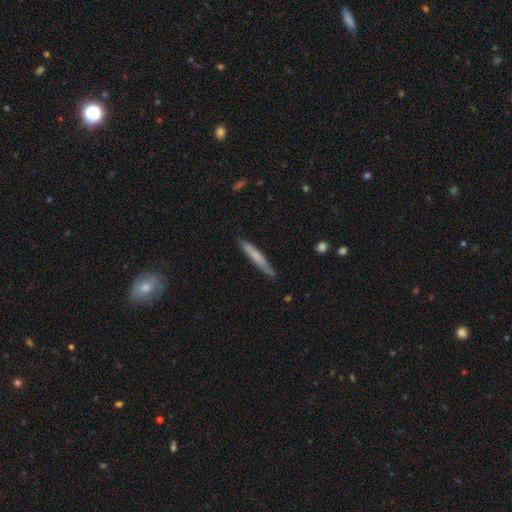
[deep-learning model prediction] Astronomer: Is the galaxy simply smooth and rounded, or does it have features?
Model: smooth — 65%.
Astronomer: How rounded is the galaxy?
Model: cigar-shaped — 95%.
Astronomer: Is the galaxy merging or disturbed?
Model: none — 82%.